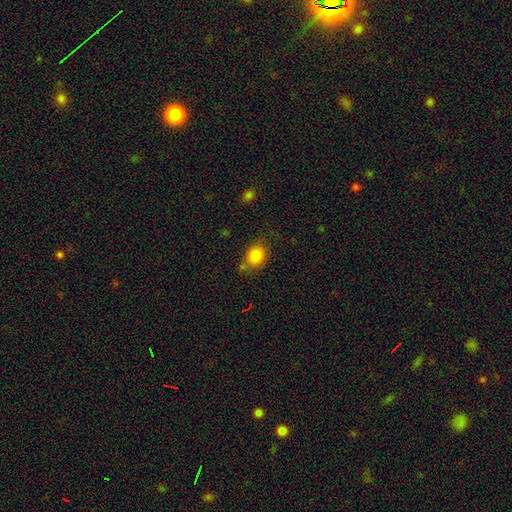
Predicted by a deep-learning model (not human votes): Smooth or featured? Predicted: smooth (p=0.82). How rounded? Predicted: round (p=0.55). Merging? Predicted: none (p=0.63).